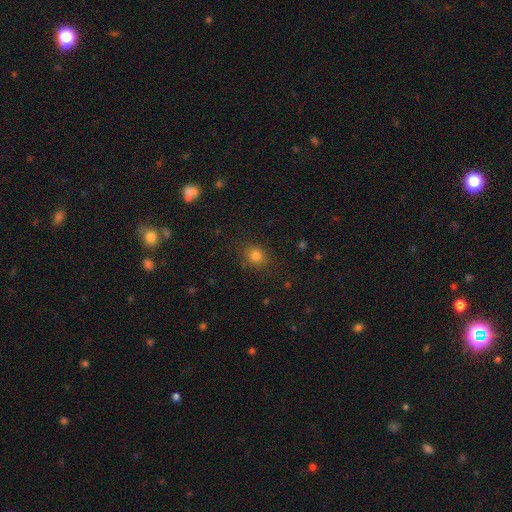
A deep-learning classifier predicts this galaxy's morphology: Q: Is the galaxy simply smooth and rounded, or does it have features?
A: smooth — 81%.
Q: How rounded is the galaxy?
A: round — 74%.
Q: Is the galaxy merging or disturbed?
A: none — 83%.